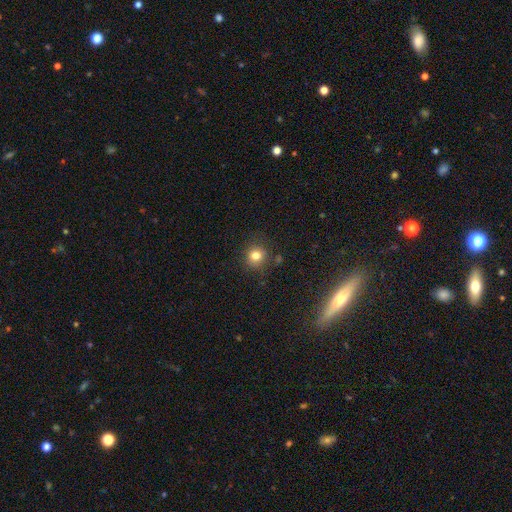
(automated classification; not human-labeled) The model was most divided on "smooth or featured": smooth: 79%, star or artifact: 14%, featured or disk: 7%. More confident: how rounded — round (87%); merging — none (83%).